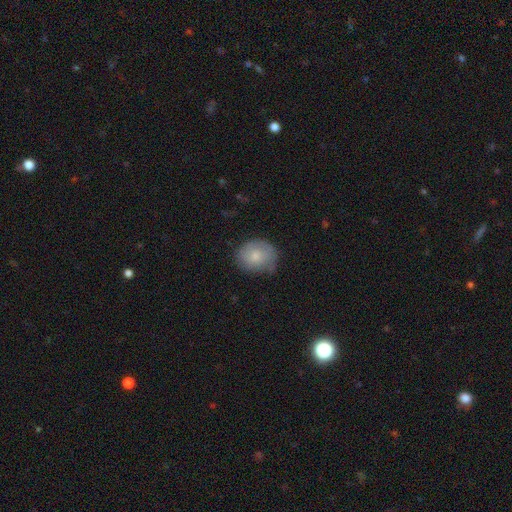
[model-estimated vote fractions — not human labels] Smooth or featured?
  - smooth: 72% *
  - featured or disk: 21%
  - star or artifact: 7%
How rounded?
  - round: 61% *
  - in between: 38%
  - cigar-shaped: 1%
Merging?
  - none: 65% *
  - minor disturbance: 27%
  - major disturbance: 7%
  - merger: 1%